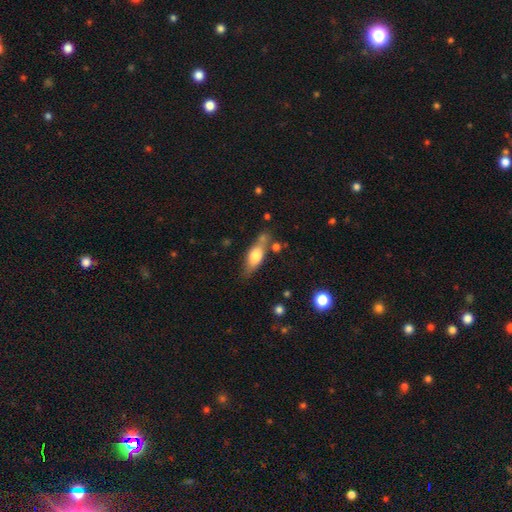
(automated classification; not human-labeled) Morphology: type=smooth (63%); roundness=in between (62%); merging=none (63%).